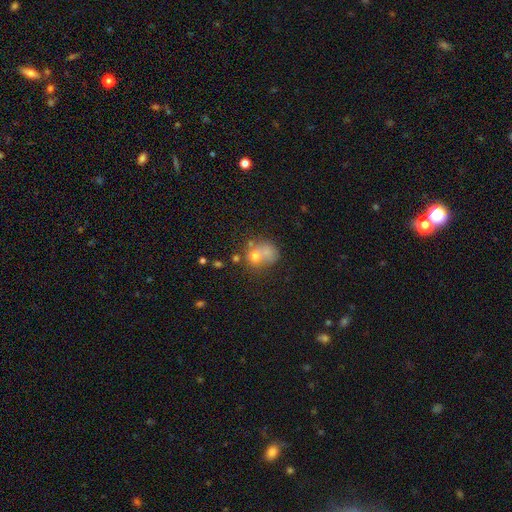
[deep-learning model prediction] smooth_or_featured: smooth (p=0.60) [alt: featured or disk p=0.26]
how_rounded: round (p=0.61) [alt: in between p=0.38]
merging: merger (p=0.51) [alt: none p=0.27]